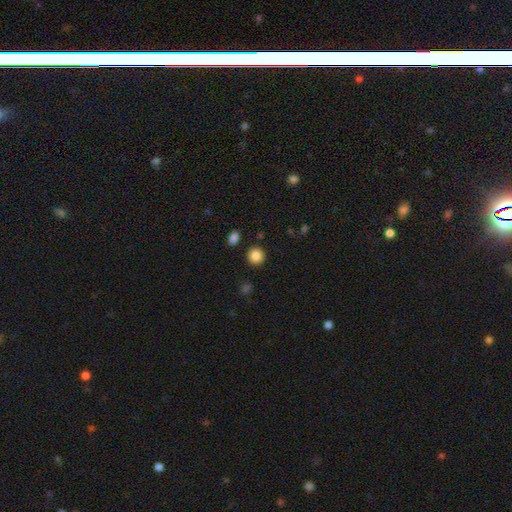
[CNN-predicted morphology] Smooth or featured?
  - smooth: 87% *
  - star or artifact: 10%
  - featured or disk: 4%
How rounded?
  - round: 93% *
  - in between: 6%
  - cigar-shaped: 1%
Merging?
  - none: 91% *
  - minor disturbance: 5%
  - merger: 2%
  - major disturbance: 2%